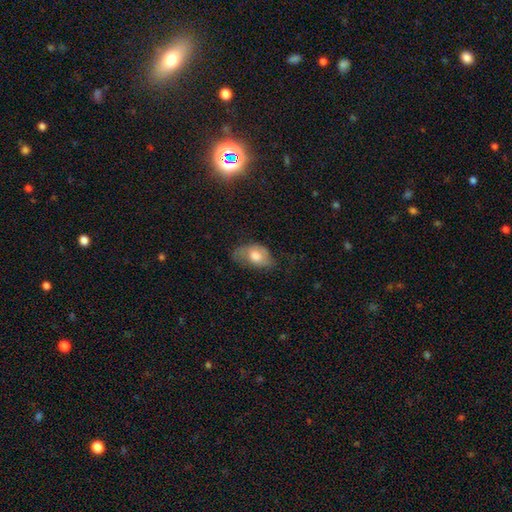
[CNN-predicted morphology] Q: Smooth or featured?
A: smooth (65%); runner-up: featured or disk (27%)
Q: How rounded?
A: in between (88%); runner-up: round (11%)
Q: Merging?
A: none (38%); runner-up: minor disturbance (35%)